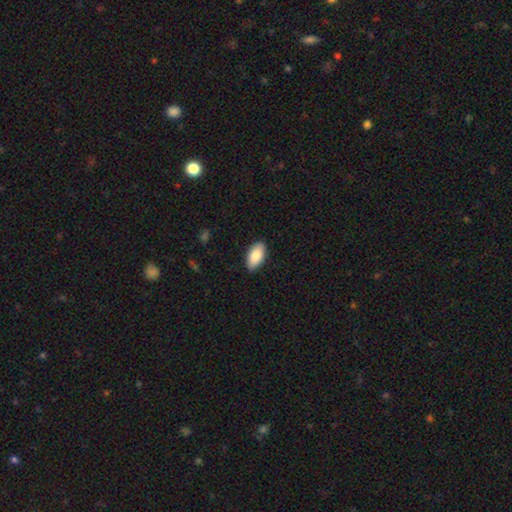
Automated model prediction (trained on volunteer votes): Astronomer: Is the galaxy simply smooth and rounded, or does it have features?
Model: smooth — 86%.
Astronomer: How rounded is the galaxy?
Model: in between — 93%.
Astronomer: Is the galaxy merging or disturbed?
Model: none — 89%.